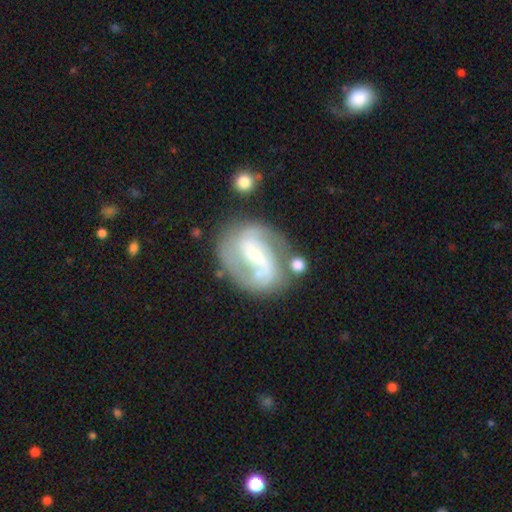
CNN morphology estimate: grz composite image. It shows a featured or disk galaxy (85%) with a weak bar (43%), 2 (79%) medium (49%) spiral arms (94%) and a small central bulge (62%). Merging: none (67%).